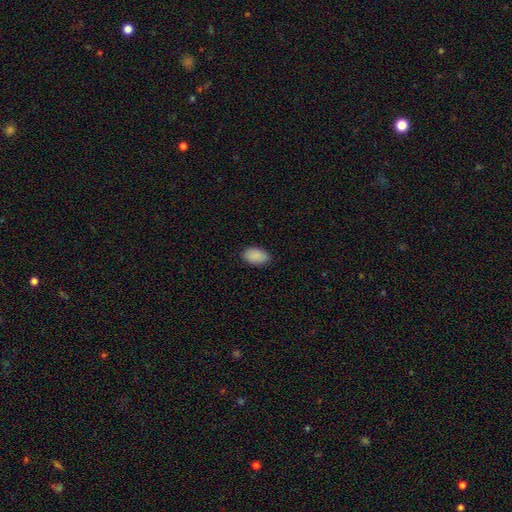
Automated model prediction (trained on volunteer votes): smooth-or-featured: smooth: 90% | star or artifact: 7% | featured or disk: 3%
  how-rounded: in between: 93% | round: 6% | cigar-shaped: 1%
  merging: none: 84% | minor disturbance: 13% | major disturbance: 2% | merger: 1%